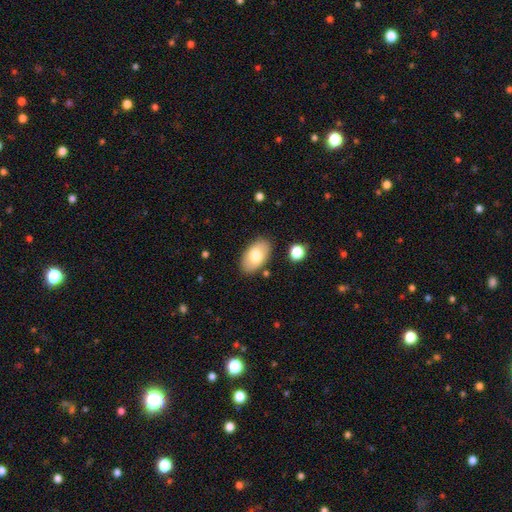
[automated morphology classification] smooth 74%, featured or disk 19%, star or artifact 6%. Down the decision tree: how rounded — in between (94%); merging — none (84%).